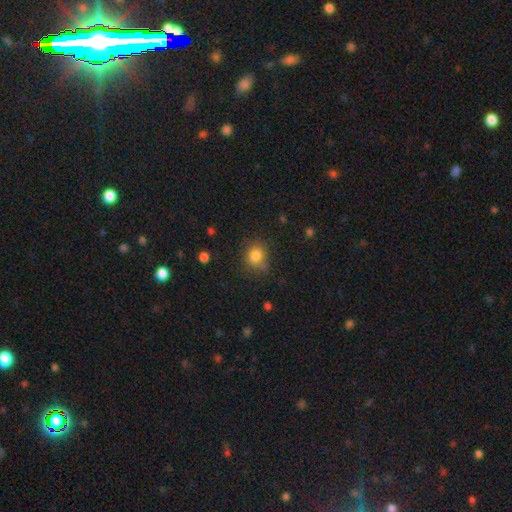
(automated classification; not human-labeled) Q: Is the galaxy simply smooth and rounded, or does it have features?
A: smooth — 82%.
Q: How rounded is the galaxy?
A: round — 75%.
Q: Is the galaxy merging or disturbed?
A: none — 73%.